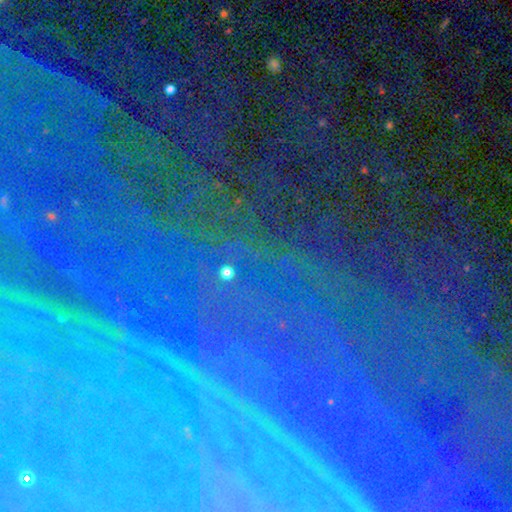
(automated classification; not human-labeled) A star or artifact, not a galaxy (83%).

Vote fractions:
- Smooth or featured? star or artifact: 83% / featured or disk: 10% / smooth: 8%